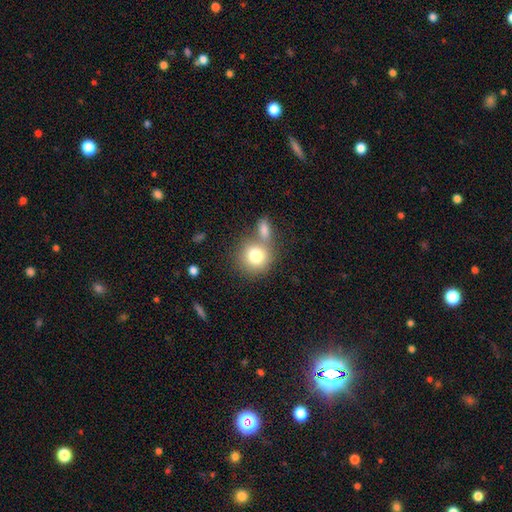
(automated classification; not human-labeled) Smooth or featured?
  - smooth: 79% *
  - featured or disk: 12%
  - star or artifact: 9%
How rounded?
  - round: 86% *
  - in between: 13%
  - cigar-shaped: 1%
Merging?
  - none: 54% *
  - merger: 32%
  - minor disturbance: 10%
  - major disturbance: 4%